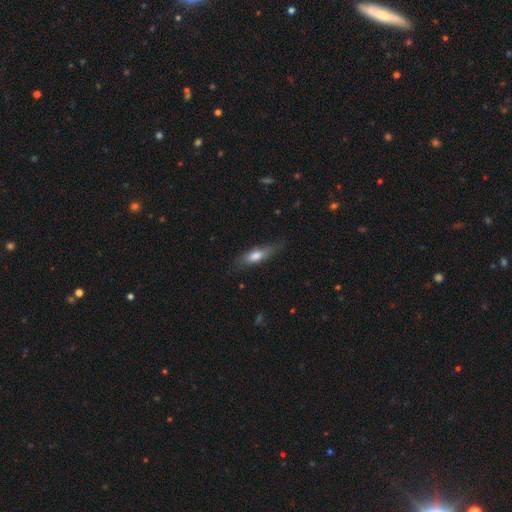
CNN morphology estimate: A smooth galaxy with no disk features (65%) that is cigar-shaped (56%). Merging: none (71%).